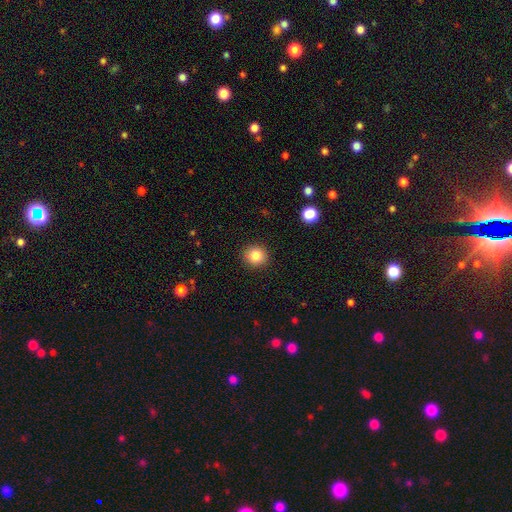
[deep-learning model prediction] Smooth or featured? Predicted: smooth (p=0.84). How rounded? Predicted: round (p=0.90). Merging? Predicted: none (p=0.92).